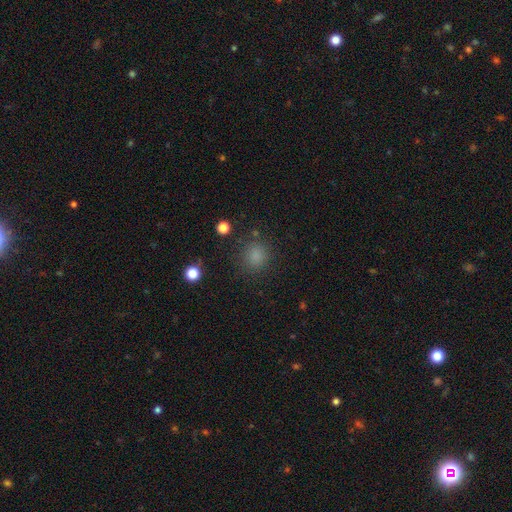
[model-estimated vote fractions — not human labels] Morphology: type=smooth (80%); roundness=round (84%); merging=none (84%).